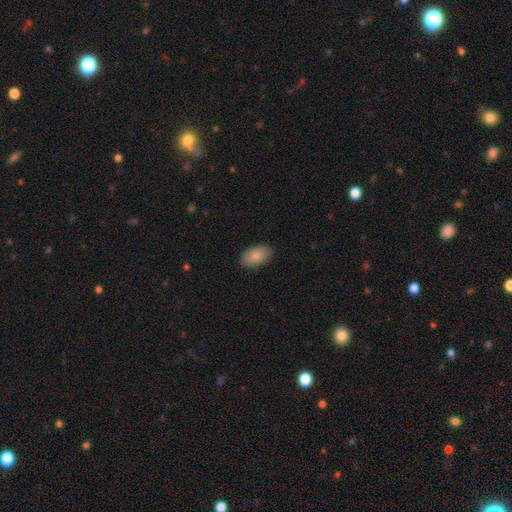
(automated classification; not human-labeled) Morphology: type=smooth (87%); roundness=in between (94%); merging=none (86%).